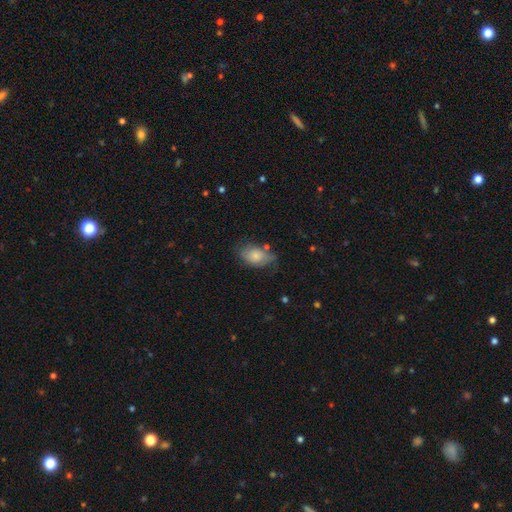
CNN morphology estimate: Q: Smooth or featured?
A: smooth (74%); runner-up: featured or disk (19%)
Q: How rounded?
A: in between (89%); runner-up: round (9%)
Q: Merging?
A: none (57%); runner-up: minor disturbance (30%)